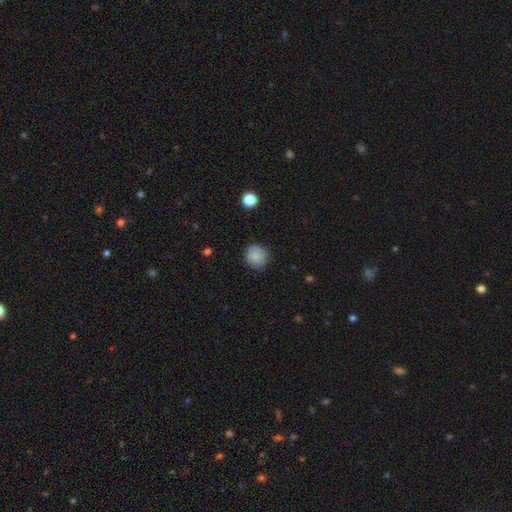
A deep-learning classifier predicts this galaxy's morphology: This appears to be a smooth galaxy with no disk features (83%) that is round (90%). Merging: none (82%).